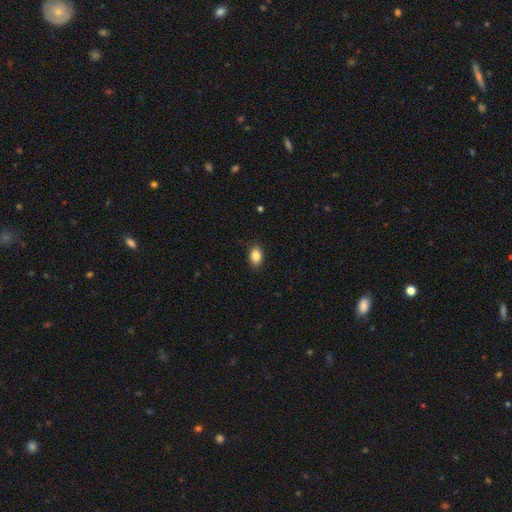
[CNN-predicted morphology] A smooth galaxy with no disk features (86%) that is in between round and cigar-shaped (79%).

Vote fractions:
- Smooth or featured? smooth: 86% / star or artifact: 9% / featured or disk: 5%
- How rounded? in between: 79% / round: 20% / cigar-shaped: 1%
- Merging? none: 88% / minor disturbance: 9% / major disturbance: 2% / merger: 1%